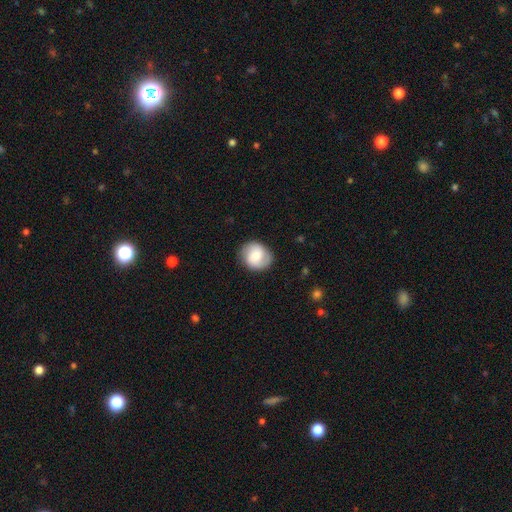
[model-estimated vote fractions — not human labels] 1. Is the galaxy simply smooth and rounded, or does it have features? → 54% smooth, 38% featured or disk, 7% star or artifact.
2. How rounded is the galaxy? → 73% round, 26% in between, 1% cigar-shaped.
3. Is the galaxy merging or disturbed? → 81% none, 14% minor disturbance, 4% major disturbance, 1% merger.